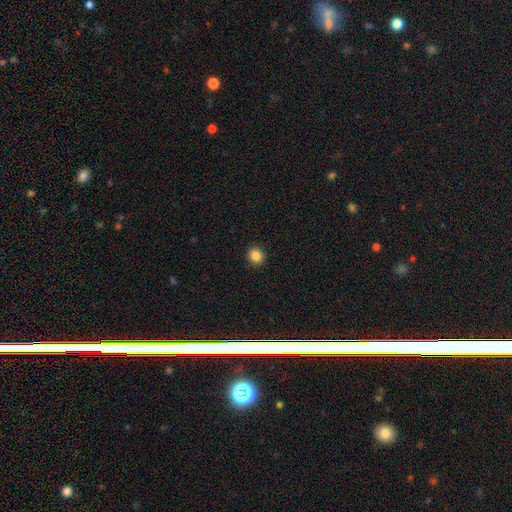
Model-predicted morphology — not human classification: smooth-or-featured: smooth: 86% | star or artifact: 11% | featured or disk: 4%
  how-rounded: round: 84% | in between: 15% | cigar-shaped: 1%
  merging: none: 92% | minor disturbance: 5% | major disturbance: 2% | merger: 1%